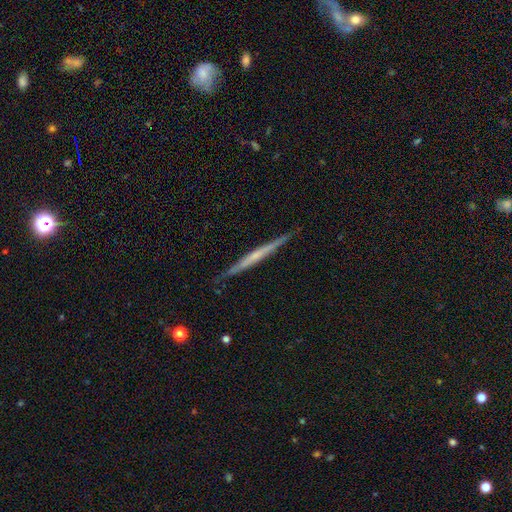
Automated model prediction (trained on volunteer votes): featured or disk 62%, smooth 32%, star or artifact 6%. Down the decision tree: edge-on disk — yes (97%); edge-on bulge — none (72%); merging — none (88%).